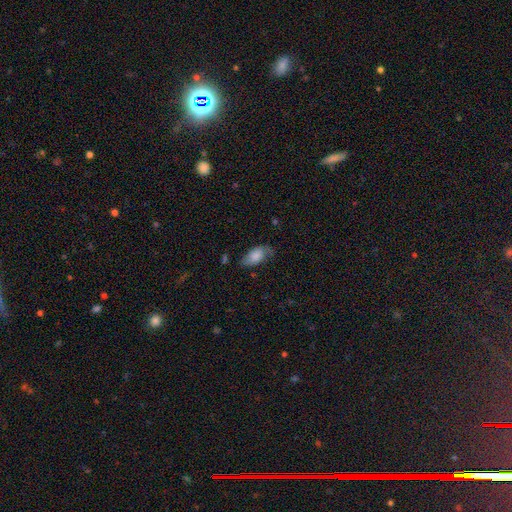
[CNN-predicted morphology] Smooth or featured: smooth — 73% (featured or disk — 19%)
How rounded: in between — 91% (cigar-shaped — 5%)
Merging: none — 59% (minor disturbance — 29%)